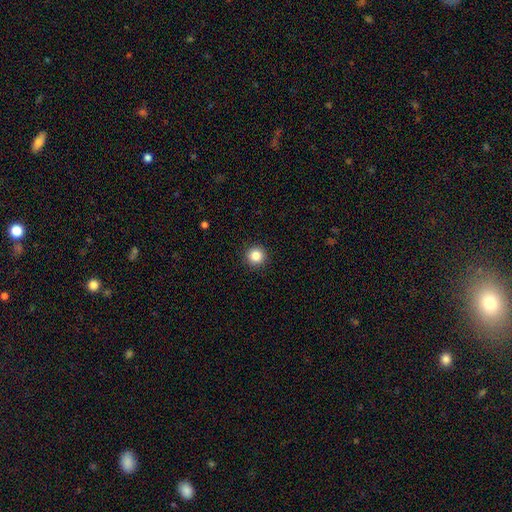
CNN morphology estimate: A smooth galaxy with no disk features (85%) that is round (96%). Merging: none (93%).